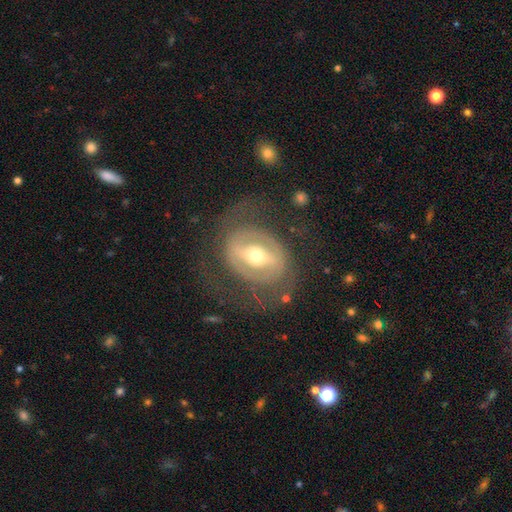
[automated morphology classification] A featured or disk galaxy (78%) with a strong bar (52%), spiral arms (56%) and a moderate central bulge (67%). Merging: none (66%).